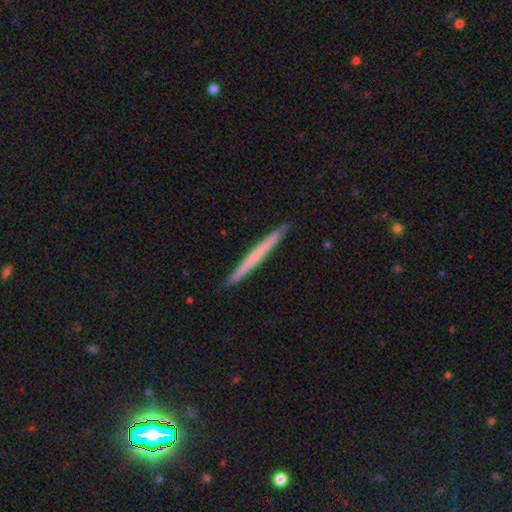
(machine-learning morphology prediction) Smooth or featured? smooth (53%)
How rounded? cigar-shaped (97%)
Merging? none (92%)